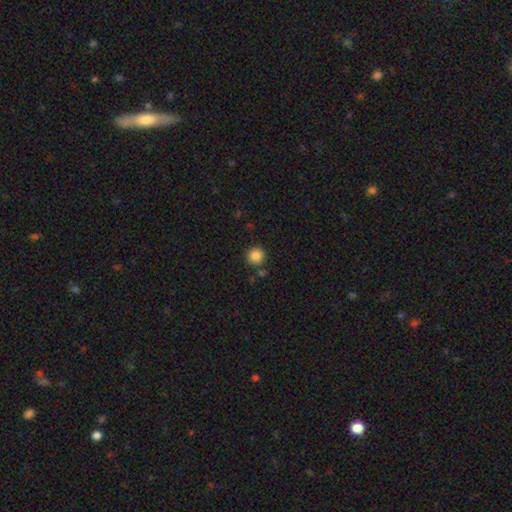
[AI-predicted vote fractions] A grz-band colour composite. It shows a smooth galaxy with no disk features (86%) that is round (94%). Merging: none (85%).